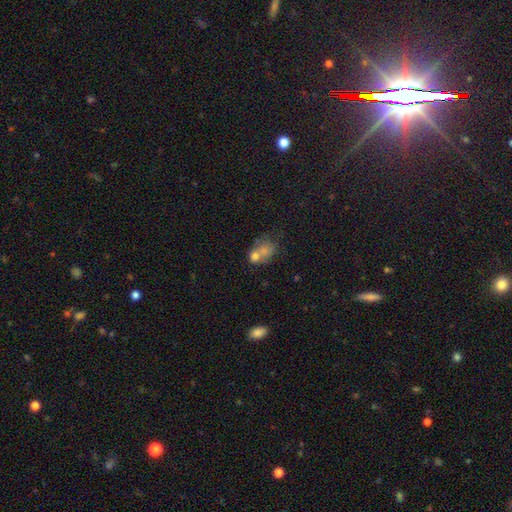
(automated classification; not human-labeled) Smooth or featured: smooth — 65% (featured or disk — 21%)
How rounded: in between — 53% (round — 46%)
Merging: merger — 52% (none — 27%)